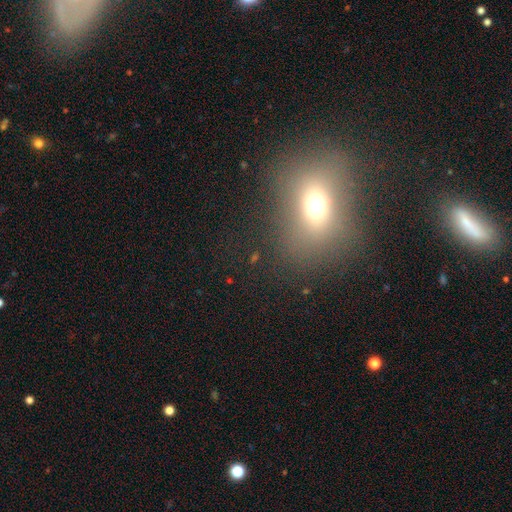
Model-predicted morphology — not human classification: smooth 56%, star or artifact 25%, featured or disk 20%. Down the decision tree: how rounded — in between (60%); merging — none (79%).